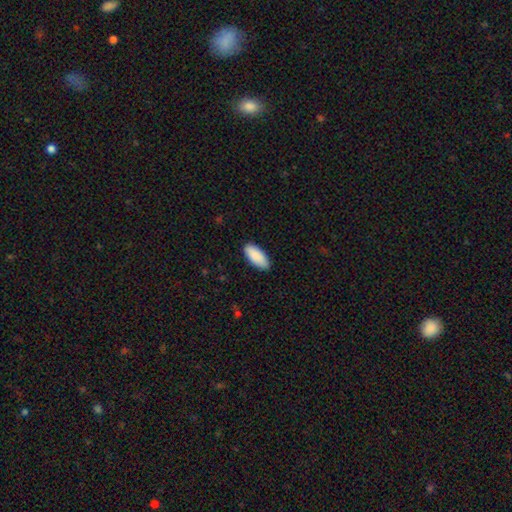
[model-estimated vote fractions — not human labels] Smooth or featured? smooth (89%)
How rounded? in between (89%)
Merging? none (88%)